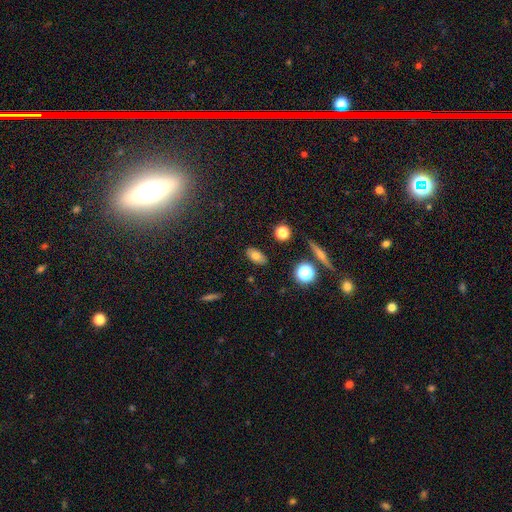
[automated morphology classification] Smooth or featured?
  - smooth: 72% *
  - featured or disk: 16%
  - star or artifact: 12%
How rounded?
  - in between: 88% *
  - round: 8%
  - cigar-shaped: 4%
Merging?
  - none: 85% *
  - minor disturbance: 10%
  - major disturbance: 3%
  - merger: 2%